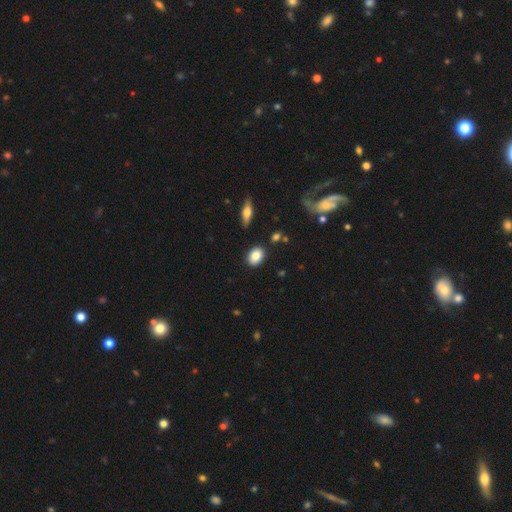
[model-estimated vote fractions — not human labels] This is clearly a smooth galaxy (85%). How rounded: likely in between (74%). Merging: clearly none (86%).